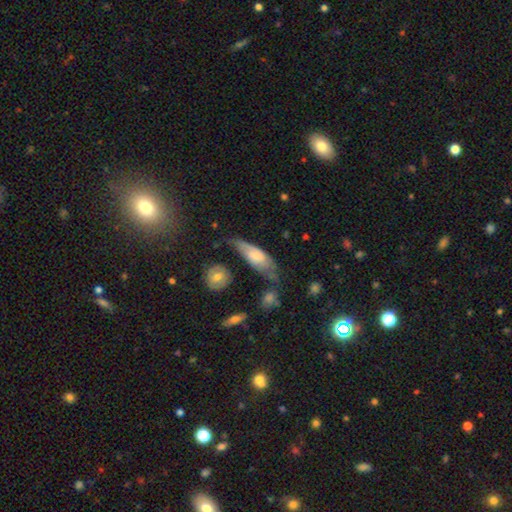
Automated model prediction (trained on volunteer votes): Smooth or featured?
  - smooth: 55% *
  - featured or disk: 38%
  - star or artifact: 7%
How rounded?
  - in between: 65% *
  - cigar-shaped: 32%
  - round: 3%
Merging?
  - none: 37% *
  - minor disturbance: 35%
  - major disturbance: 20%
  - merger: 8%